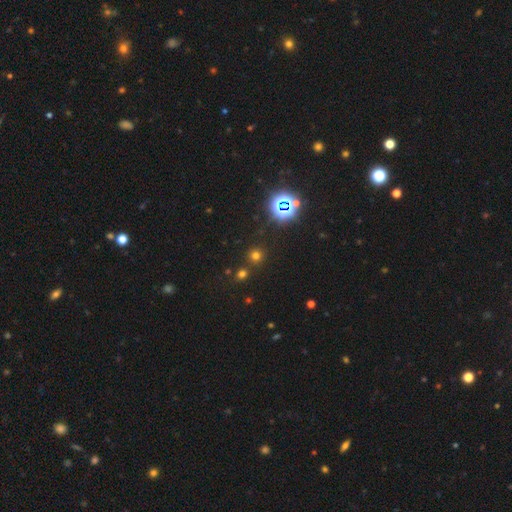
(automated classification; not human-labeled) smooth 61%, star or artifact 33%, featured or disk 6%. Down the decision tree: how rounded — round (93%); merging — none (82%).